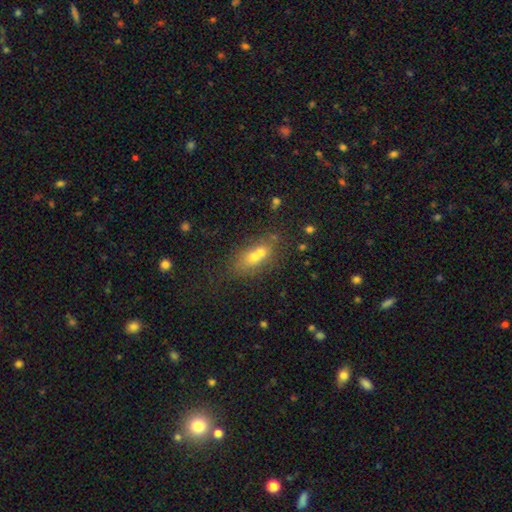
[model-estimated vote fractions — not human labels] Morphology: type=smooth (57%); roundness=in between (60%); merging=merger (50%).